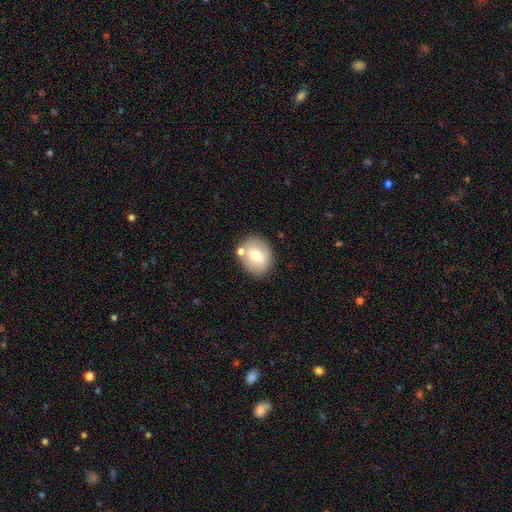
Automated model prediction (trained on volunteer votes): Smooth or featured?
  - smooth: 70% *
  - featured or disk: 22%
  - star or artifact: 8%
How rounded?
  - round: 53% *
  - in between: 46%
  - cigar-shaped: 1%
Merging?
  - none: 74% *
  - minor disturbance: 12%
  - merger: 11%
  - major disturbance: 3%